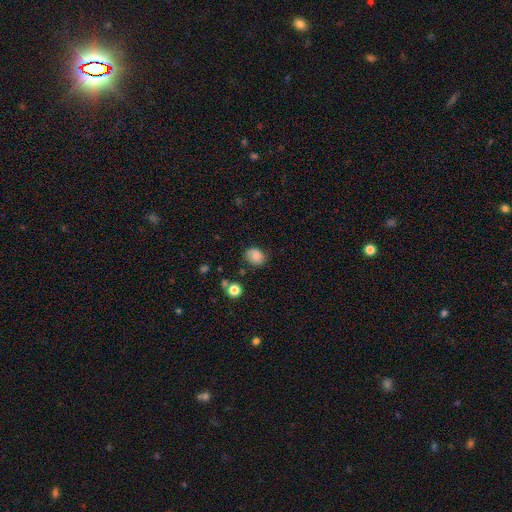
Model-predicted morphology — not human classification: A smooth galaxy with no disk features (72%) that is in between round and cigar-shaped (53%). Merging: none (67%).